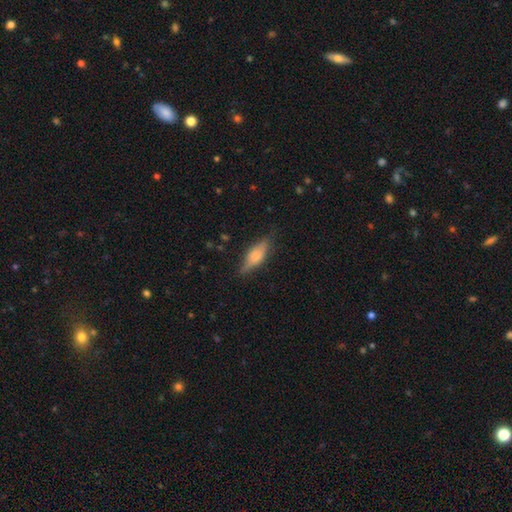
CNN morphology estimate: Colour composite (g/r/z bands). It shows a smooth galaxy with no disk features (58%) that is in between round and cigar-shaped (60%). Merging: none (76%).